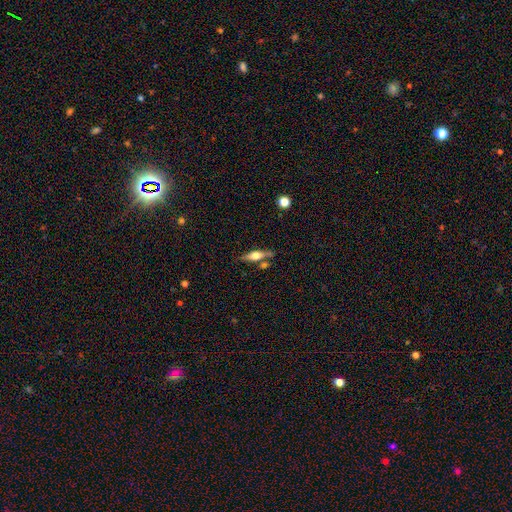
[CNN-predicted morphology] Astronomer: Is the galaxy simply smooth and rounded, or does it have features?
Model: featured or disk — 55% (runner-up: smooth, 38%).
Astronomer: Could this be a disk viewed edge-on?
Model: yes — 93%.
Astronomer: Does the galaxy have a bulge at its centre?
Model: rounded — 89%.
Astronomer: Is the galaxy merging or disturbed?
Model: none — 71%.